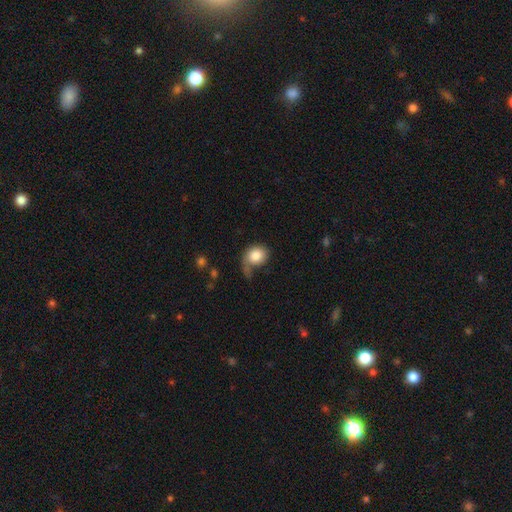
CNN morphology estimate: Smooth or featured? Predicted: smooth (p=0.80). How rounded? Predicted: round (p=0.62). Merging? Predicted: major disturbance (p=0.35).